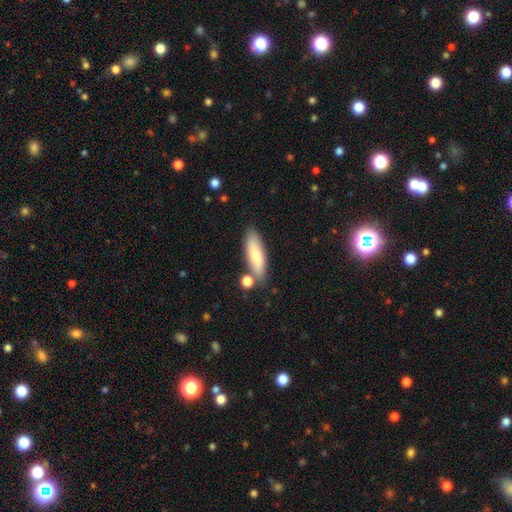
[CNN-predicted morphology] smooth-or-featured: smooth: 75% | featured or disk: 19% | star or artifact: 6%
  how-rounded: cigar-shaped: 54% | in between: 44% | round: 2%
  merging: none: 75% | minor disturbance: 13% | merger: 9% | major disturbance: 3%